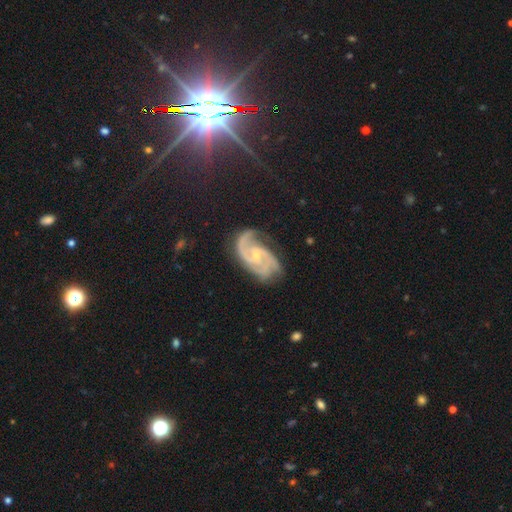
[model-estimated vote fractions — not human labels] Morphology: type=featured or disk (89%); edge-on=no (98%); bar=no (56%); spiral arms=yes (98%); winding=medium (47%); arm count=3 (38%); bulge=small (69%); merging=none (64%).